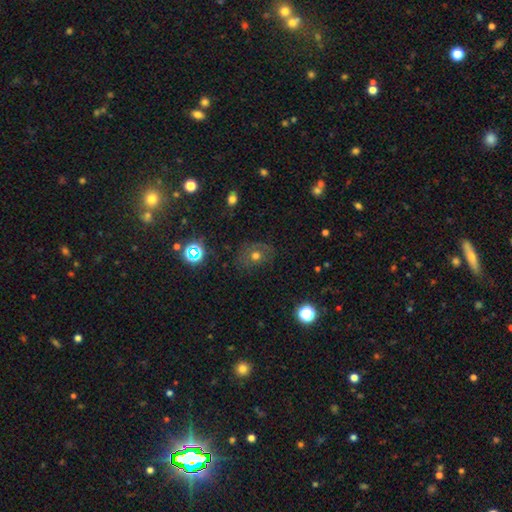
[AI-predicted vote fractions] Morphology: type=smooth (52%); roundness=round (66%); merging=none (70%).